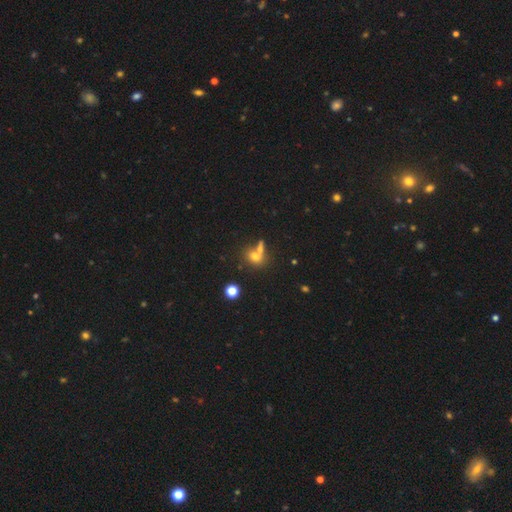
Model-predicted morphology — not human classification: Overall: smooth (67%). How rounded: round (56%; in between 40%). Merging: none (47%; merger 37%).